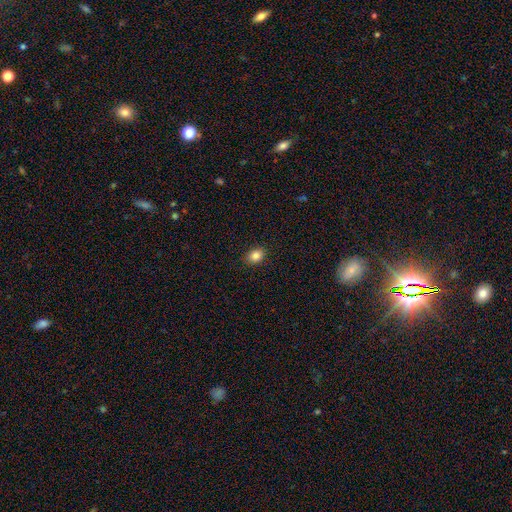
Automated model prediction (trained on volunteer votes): This appears to be a smooth galaxy with no disk features (85%) that is in between round and cigar-shaped (61%). Merging: none (90%).